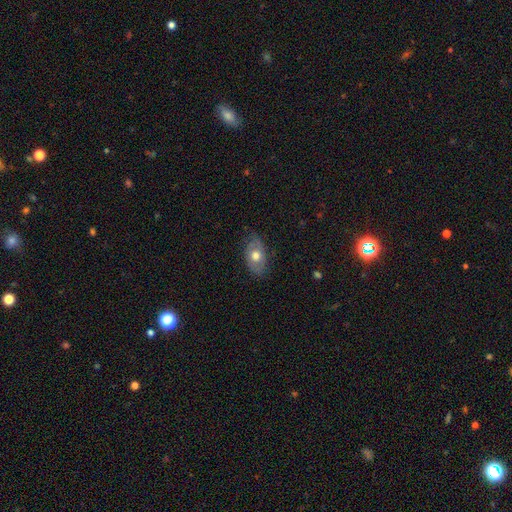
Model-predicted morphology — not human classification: smooth_or_featured: smooth (p=0.53) [alt: featured or disk p=0.40]
how_rounded: in between (p=0.87) [alt: round p=0.11]
merging: none (p=0.73) [alt: minor disturbance p=0.21]